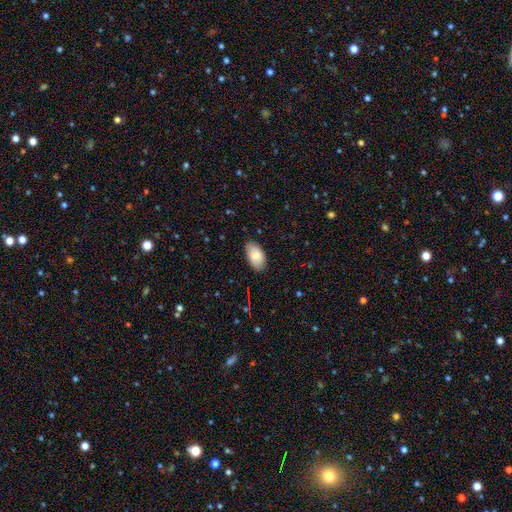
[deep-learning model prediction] This appears to be a smooth galaxy with no disk features (83%) that is in between round and cigar-shaped (95%). Merging: none (83%).